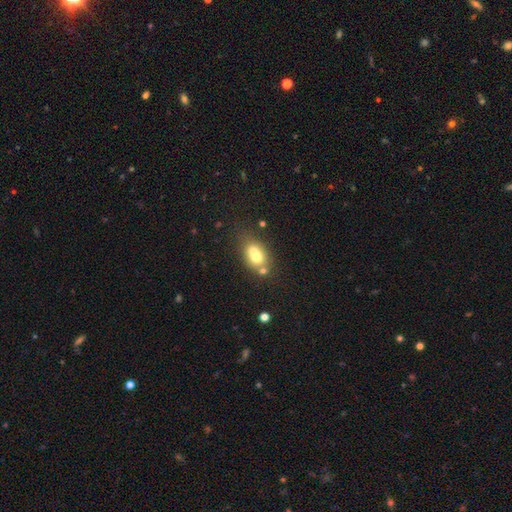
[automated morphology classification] A smooth galaxy with no disk features (62%) that is in between round and cigar-shaped (59%).

Vote fractions:
- Smooth or featured? smooth: 62% / featured or disk: 27% / star or artifact: 11%
- How rounded? in between: 59% / round: 39% / cigar-shaped: 2%
- Merging? merger: 53% / none: 33% / minor disturbance: 10% / major disturbance: 5%